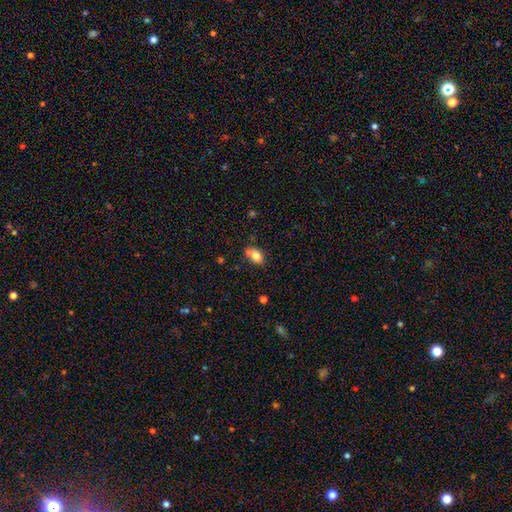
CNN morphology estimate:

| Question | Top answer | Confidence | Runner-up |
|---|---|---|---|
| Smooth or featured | smooth | 79% | featured or disk (11%) |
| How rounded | in between | 74% | round (24%) |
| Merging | none | 59% | merger (19%) |